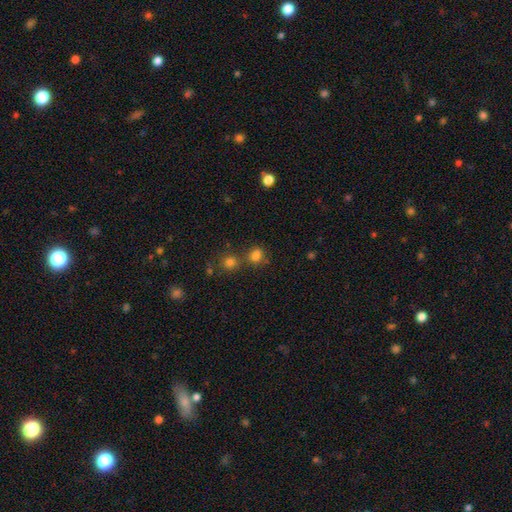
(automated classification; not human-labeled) Q: Smooth or featured?
A: smooth (76%); runner-up: star or artifact (17%)
Q: How rounded?
A: round (55%); runner-up: in between (43%)
Q: Merging?
A: none (54%); runner-up: merger (29%)